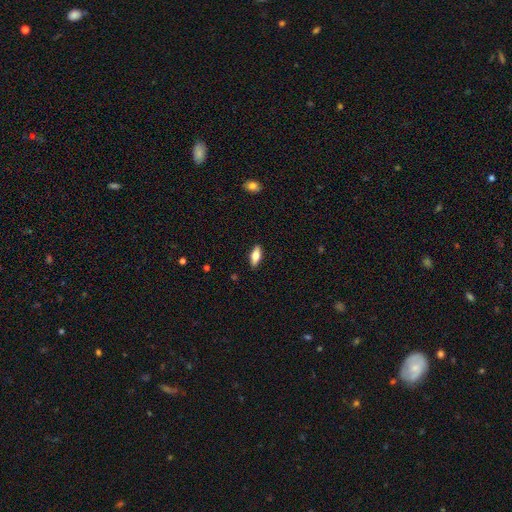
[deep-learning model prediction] The model was most divided on "smooth or featured": smooth: 66%, featured or disk: 28%, star or artifact: 6%. More confident: merging — none (88%); how rounded — in between (73%).